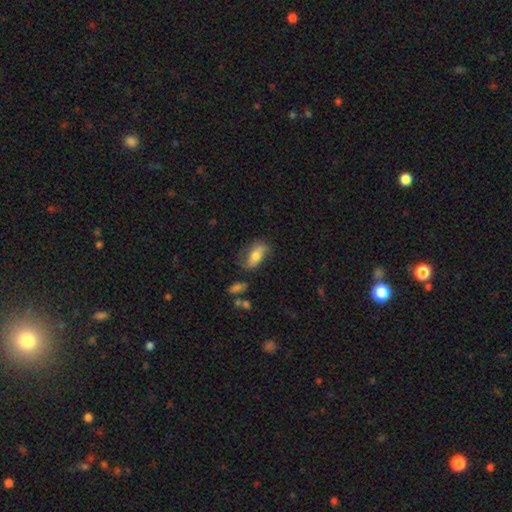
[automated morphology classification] smooth_or_featured: smooth (p=0.66) [alt: featured or disk p=0.27]
how_rounded: in between (p=0.77) [alt: cigar-shaped p=0.18]
merging: none (p=0.63) [alt: minor disturbance p=0.23]